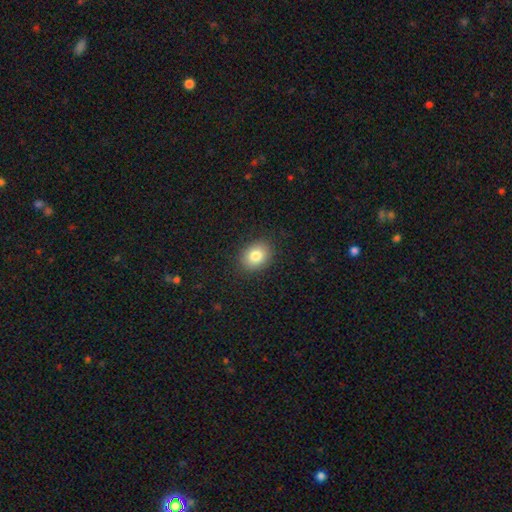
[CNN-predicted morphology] smooth 82%, star or artifact 10%, featured or disk 8%. Down the decision tree: how rounded — in between (53%); merging — none (88%).